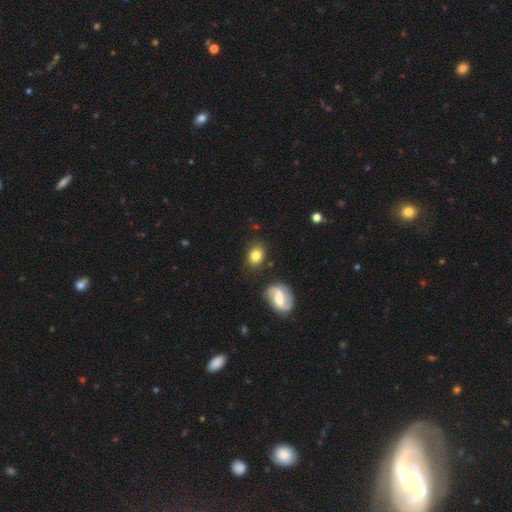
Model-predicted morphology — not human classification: This is likely a smooth galaxy (76%). How rounded: possibly in between (58%). Merging: likely none (80%).